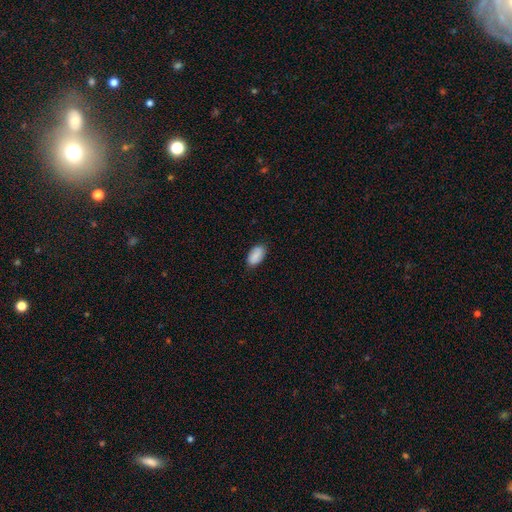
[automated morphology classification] Smooth or featured? Predicted: smooth (p=0.83). How rounded? Predicted: in between (p=0.94). Merging? Predicted: none (p=0.82).